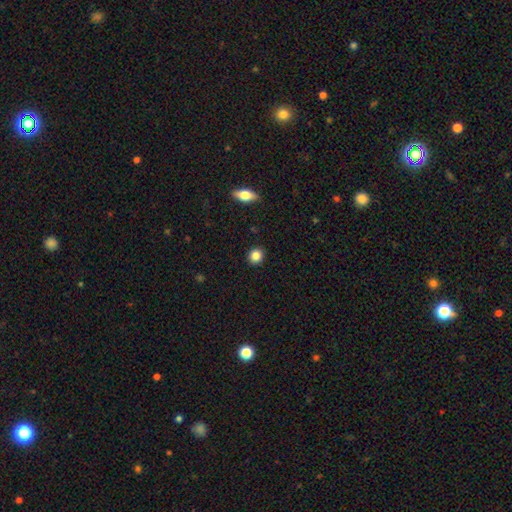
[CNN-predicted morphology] This appears to be a smooth galaxy with no disk features (85%) that is round (83%). Merging: none (92%).